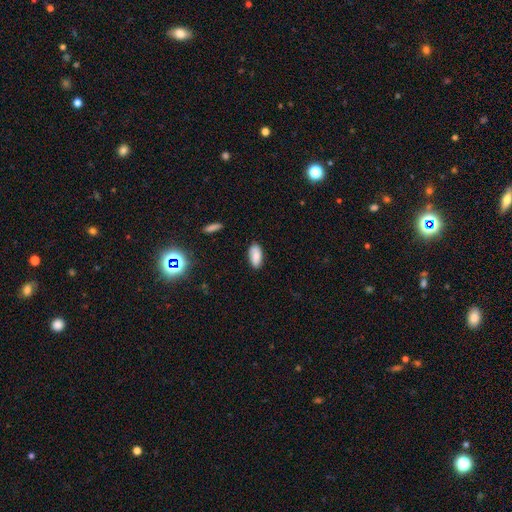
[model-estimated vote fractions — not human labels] Smooth or featured: smooth — 81% (featured or disk — 10%)
How rounded: in between — 91% (cigar-shaped — 6%)
Merging: none — 85% (minor disturbance — 12%)